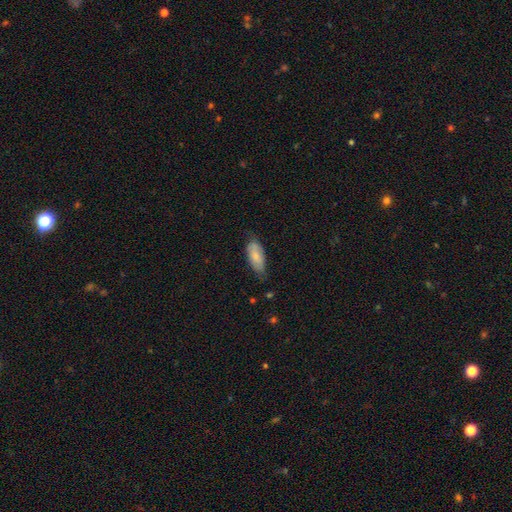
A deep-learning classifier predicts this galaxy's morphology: This is likely a smooth galaxy (75%). How rounded: clearly in between (85%). Merging: likely none (66%).